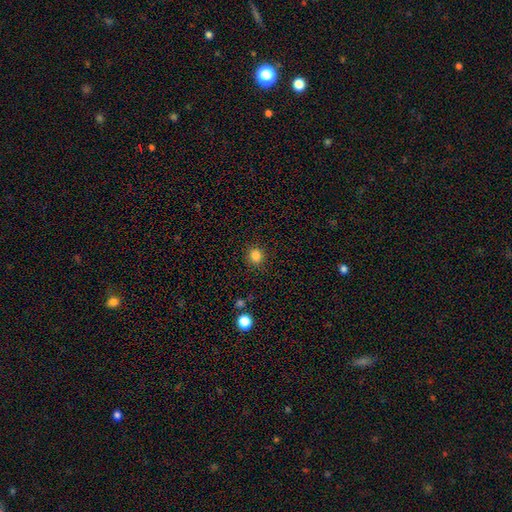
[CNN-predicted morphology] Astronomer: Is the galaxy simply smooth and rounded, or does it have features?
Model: smooth — 84%.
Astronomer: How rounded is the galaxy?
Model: round — 88%.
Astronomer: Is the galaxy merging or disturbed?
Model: none — 90%.